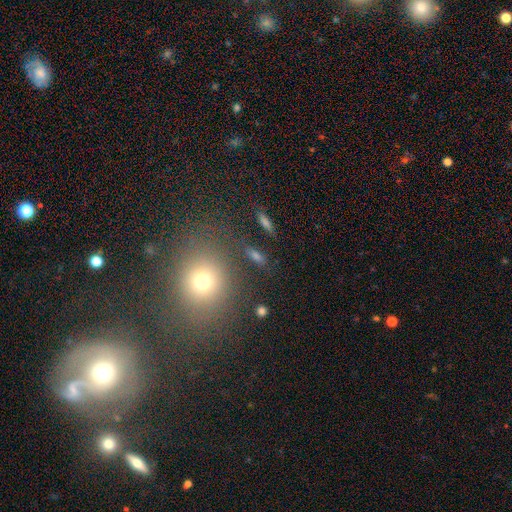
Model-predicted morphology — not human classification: A smooth galaxy with no disk features (58%) that is in between round and cigar-shaped (46%).

Vote fractions:
- Smooth or featured? smooth: 58% / star or artifact: 23% / featured or disk: 19%
- How rounded? in between: 46% / round: 34% / cigar-shaped: 20%
- Merging? none: 81% / minor disturbance: 9% / merger: 5% / major disturbance: 4%